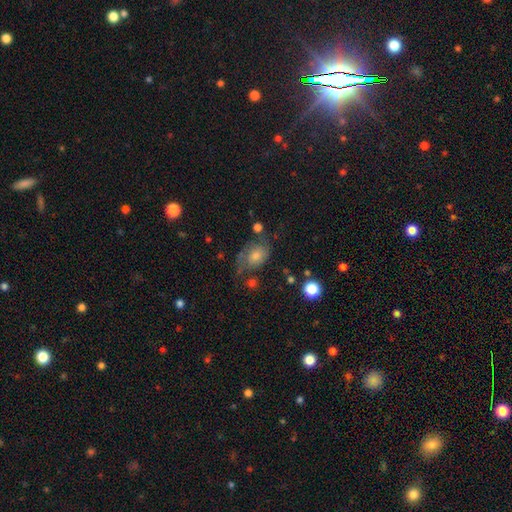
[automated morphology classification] Overall: smooth (44%; featured or disk 41%). Merging: none (48%; minor disturbance 26%).